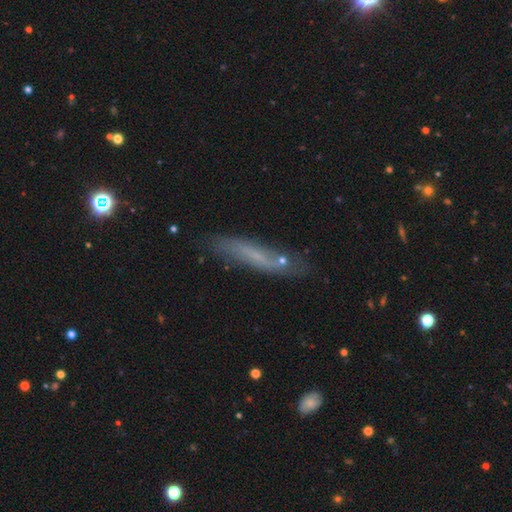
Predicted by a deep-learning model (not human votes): smooth_or_featured: smooth (p=0.51) [alt: featured or disk p=0.38]
how_rounded: cigar-shaped (p=0.85) [alt: in between p=0.13]
merging: none (p=0.68) [alt: minor disturbance p=0.20]